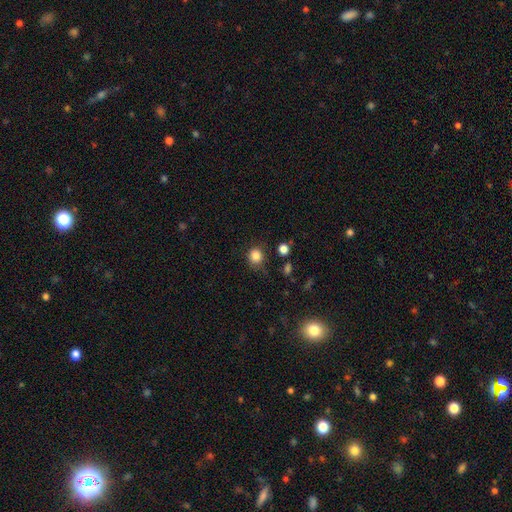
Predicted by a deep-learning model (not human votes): Morphology: type=smooth (84%); roundness=round (83%); merging=none (79%).